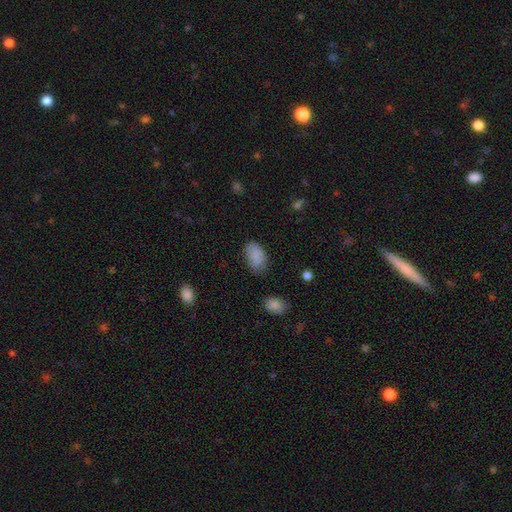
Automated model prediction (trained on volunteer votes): Overall: smooth (85%). How rounded: in between (93%). Merging: none (68%).